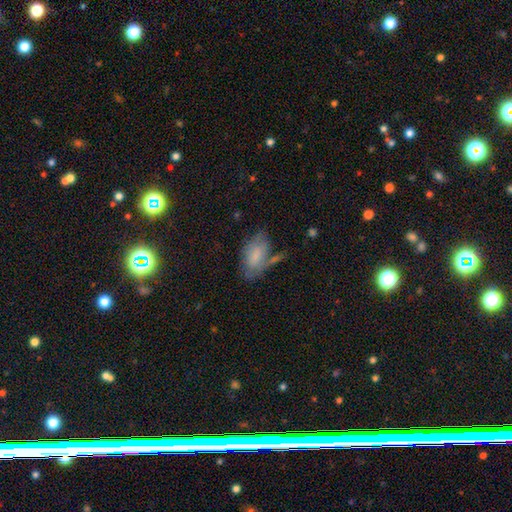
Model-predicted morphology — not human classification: type=smooth (69%); roundness=in between (92%); merging=none (46%).